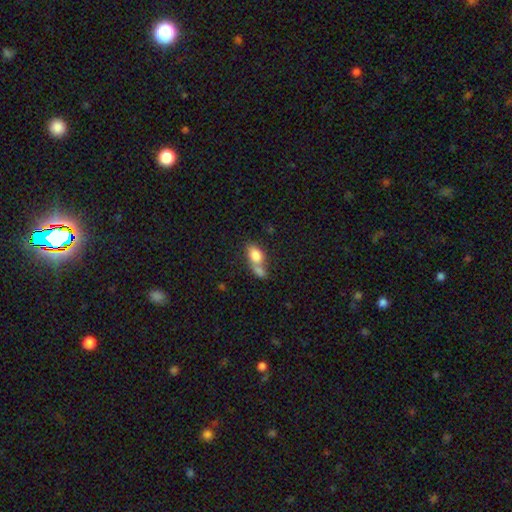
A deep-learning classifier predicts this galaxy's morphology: A smooth galaxy with no disk features (80%) that is in between round and cigar-shaped (80%). Merging: merger (59%).